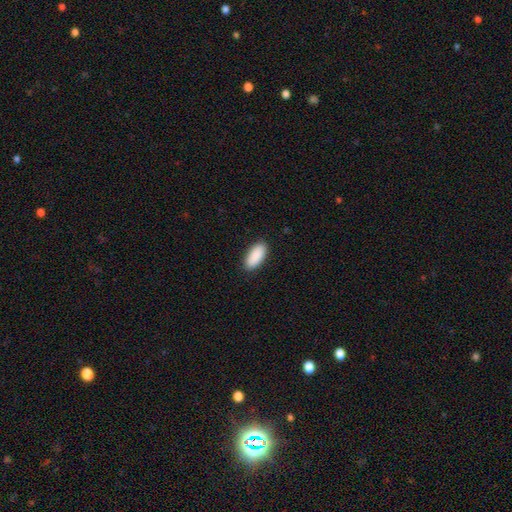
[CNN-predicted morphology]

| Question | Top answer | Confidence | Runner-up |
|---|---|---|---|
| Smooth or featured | smooth | 91% | star or artifact (6%) |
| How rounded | in between | 90% | cigar-shaped (8%) |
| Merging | none | 89% | minor disturbance (8%) |